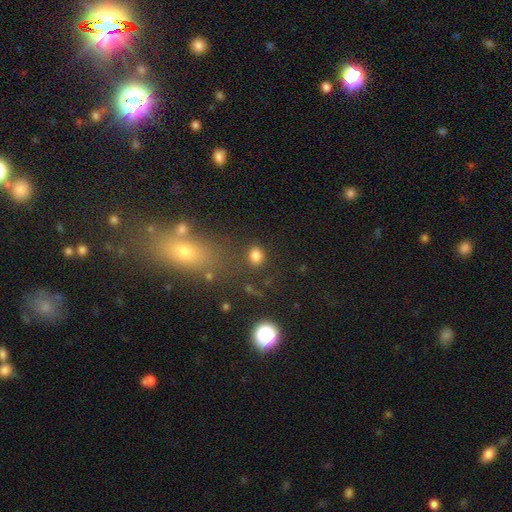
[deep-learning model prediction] smooth 81%, star or artifact 13%, featured or disk 6%. Down the decision tree: how rounded — round (51%); merging — none (78%).